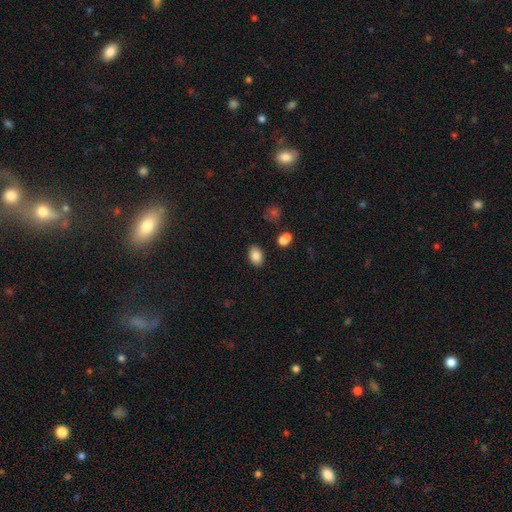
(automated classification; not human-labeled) smooth 84%, star or artifact 9%, featured or disk 7%. Down the decision tree: how rounded — in between (88%); merging — none (85%).